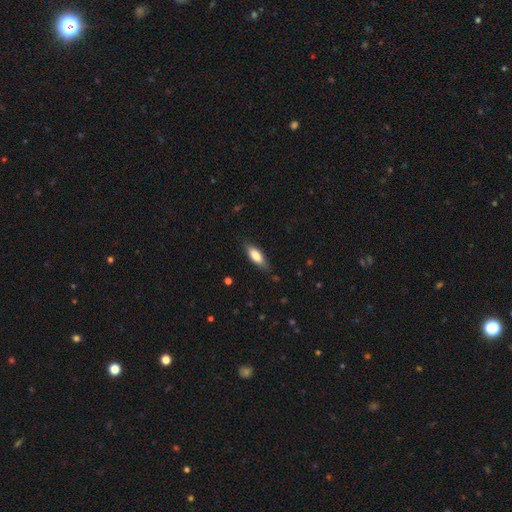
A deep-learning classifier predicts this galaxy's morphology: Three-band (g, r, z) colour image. It shows a smooth galaxy with no disk features (80%) that is in between round and cigar-shaped (67%). Merging: none (80%).